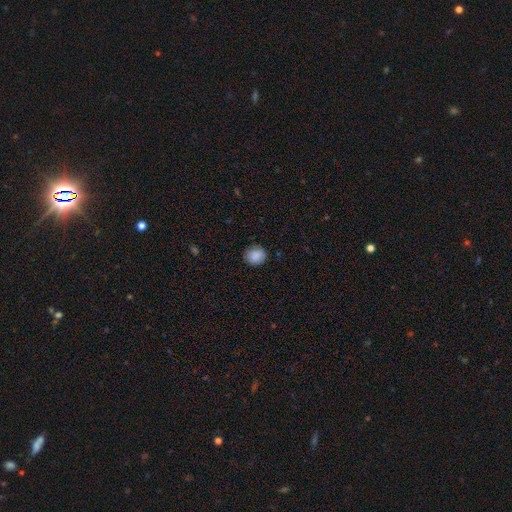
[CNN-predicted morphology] smooth-or-featured: smooth: 88% | star or artifact: 8% | featured or disk: 4%
  how-rounded: round: 80% | in between: 19% | cigar-shaped: 1%
  merging: none: 85% | minor disturbance: 12% | major disturbance: 3% | merger: 1%